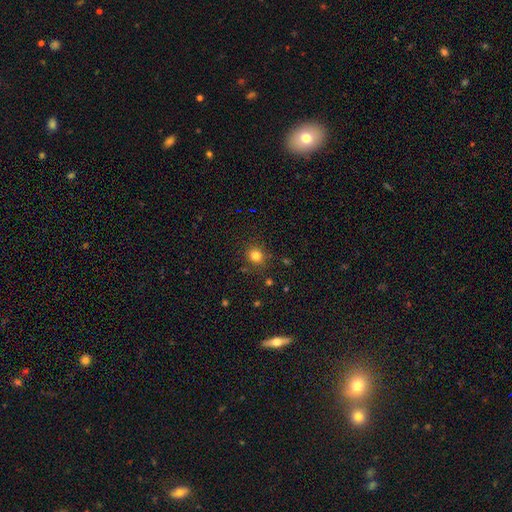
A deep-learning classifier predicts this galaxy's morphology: The model was most divided on "how rounded": round: 78%, in between: 21%, cigar-shaped: 1%. More confident: merging — none (86%); smooth or featured — smooth (80%).